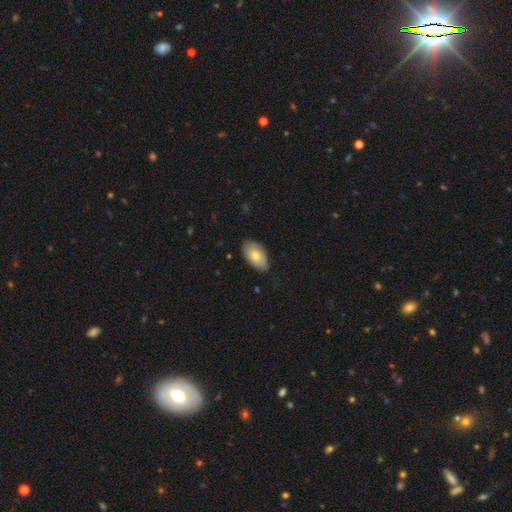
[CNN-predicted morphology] Smooth or featured?
  - smooth: 71% *
  - featured or disk: 23%
  - star or artifact: 6%
How rounded?
  - in between: 93% *
  - round: 5%
  - cigar-shaped: 2%
Merging?
  - none: 77% *
  - minor disturbance: 19%
  - major disturbance: 3%
  - merger: 1%